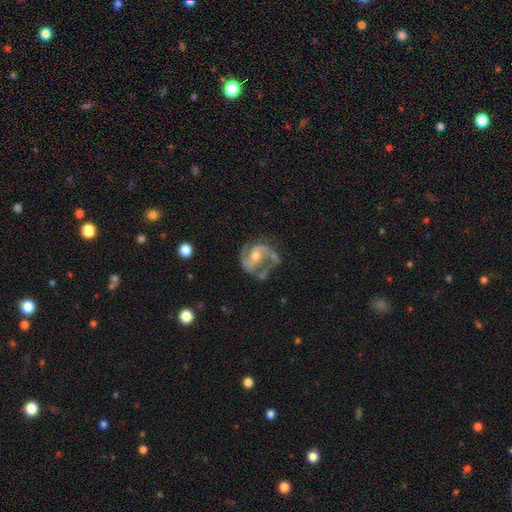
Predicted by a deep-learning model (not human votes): featured or disk 88%, smooth 6%, star or artifact 6%. Down the decision tree: edge-on disk — no (98%); bar — weak (42%); spiral arms — yes (96%); spiral arm count — 2 (77%); spiral winding — medium (57%); bulge size — moderate (60%); merging — none (57%).